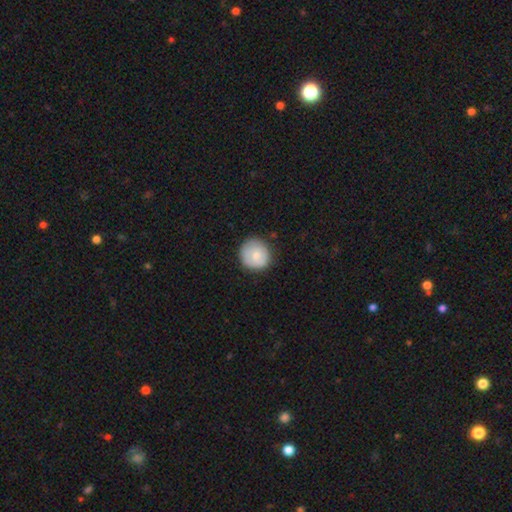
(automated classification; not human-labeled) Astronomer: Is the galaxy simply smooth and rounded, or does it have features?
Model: smooth — 74%.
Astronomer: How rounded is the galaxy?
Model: round — 92%.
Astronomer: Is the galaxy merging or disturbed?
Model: none — 81%.